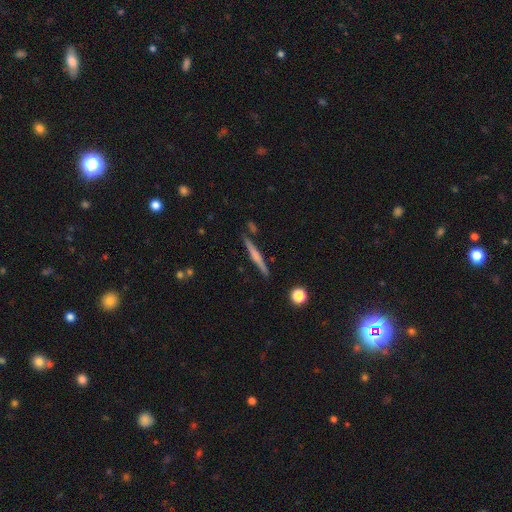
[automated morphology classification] This is possibly a featured or disk galaxy (55%). It is clearly viewed edge-on (98%). Edge-on bulge: marginally none (42%, tied with rounded). Merging: clearly none (88%).